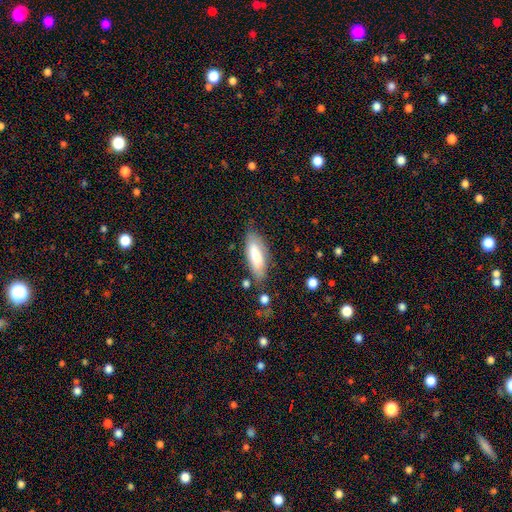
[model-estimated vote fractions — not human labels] This is likely a smooth galaxy (76%). How rounded: likely in between (66%). Merging: likely none (70%).